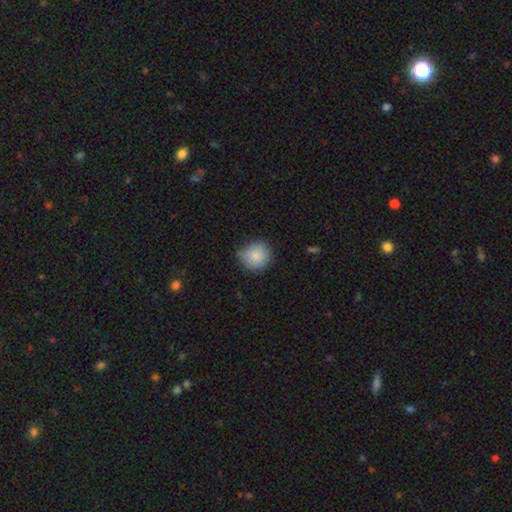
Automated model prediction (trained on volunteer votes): smooth_or_featured: smooth (p=0.86) [alt: star or artifact p=0.08]
how_rounded: round (p=0.87) [alt: in between p=0.12]
merging: none (p=0.72) [alt: minor disturbance p=0.23]